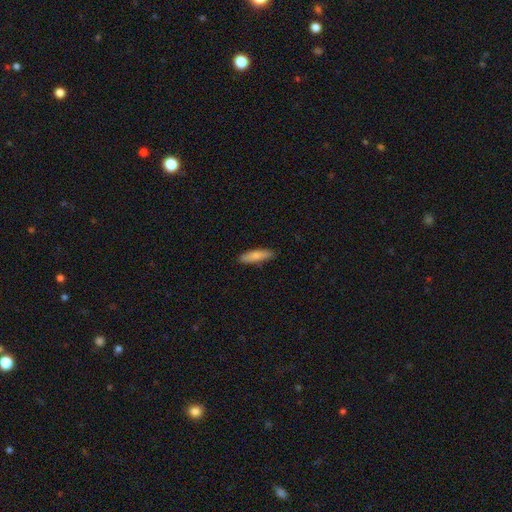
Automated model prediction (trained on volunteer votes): Morphology: type=smooth (81%); roundness=cigar-shaped (67%); merging=none (87%).